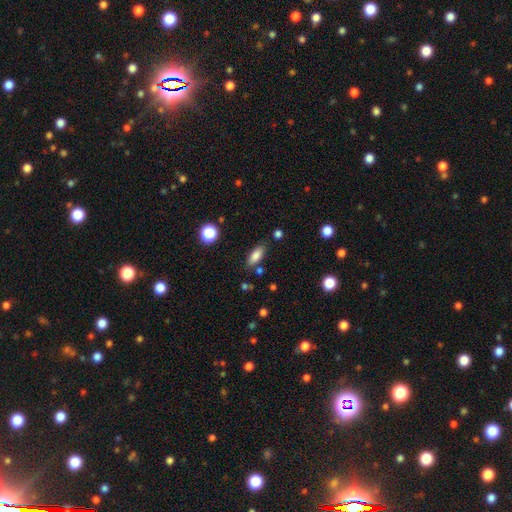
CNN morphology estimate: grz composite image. It shows a smooth galaxy with no disk features (82%) that is in between round and cigar-shaped (78%). Merging: none (80%).